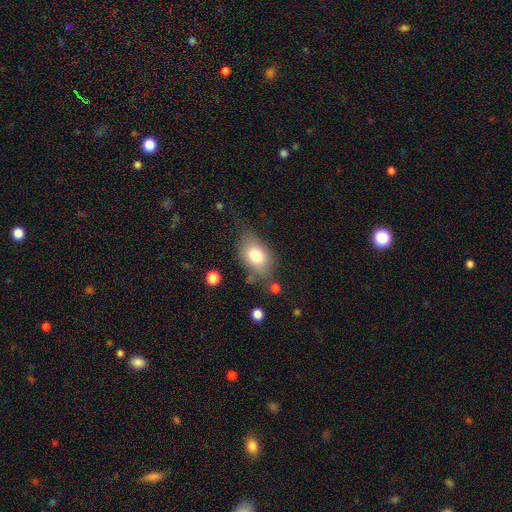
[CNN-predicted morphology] Smooth or featured?
  - smooth: 76% *
  - featured or disk: 15%
  - star or artifact: 9%
How rounded?
  - in between: 79% *
  - round: 19%
  - cigar-shaped: 2%
Merging?
  - none: 56% *
  - minor disturbance: 26%
  - major disturbance: 13%
  - merger: 5%